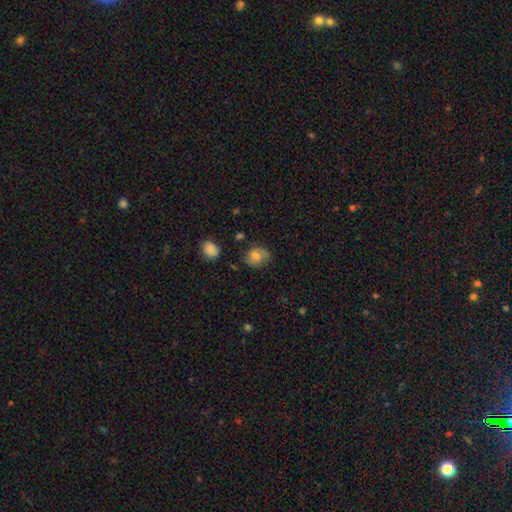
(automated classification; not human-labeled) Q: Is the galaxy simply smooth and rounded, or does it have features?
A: smooth — 69%.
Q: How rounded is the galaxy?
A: round — 55%.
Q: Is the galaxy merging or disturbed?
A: none — 64%.